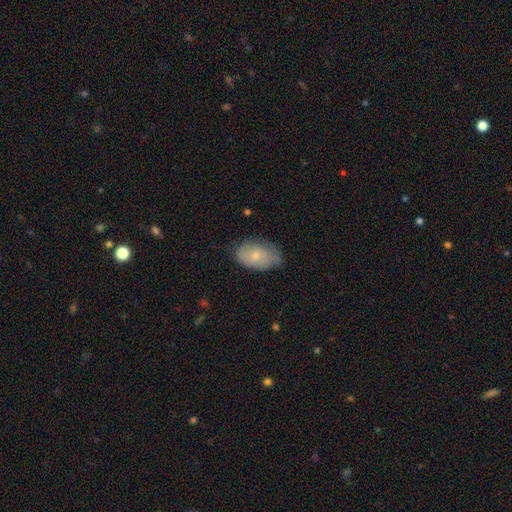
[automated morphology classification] A smooth galaxy with no disk features (67%) that is in between round and cigar-shaped (90%).

Vote fractions:
- Smooth or featured? smooth: 67% / featured or disk: 26% / star or artifact: 7%
- How rounded? in between: 90% / round: 8% / cigar-shaped: 2%
- Merging? none: 58% / minor disturbance: 33% / major disturbance: 8% / merger: 1%